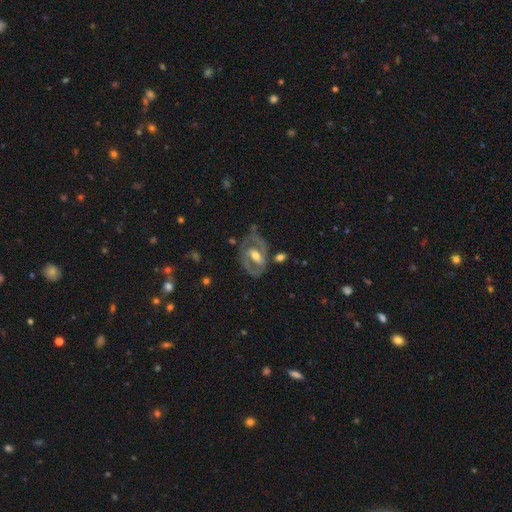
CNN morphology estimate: This appears to be a featured or disk galaxy (77%) with a weak bar (40%), 2 (73%) medium (45%) spiral arms (70%) and a moderate central bulge (67%). Merging: none (61%).